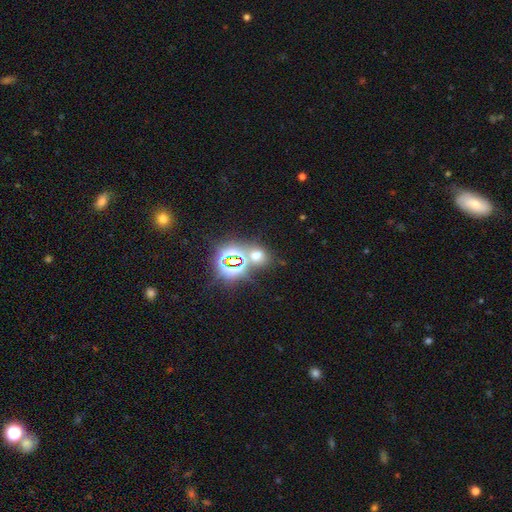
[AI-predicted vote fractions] star or artifact 51%, smooth 40%, featured or disk 9%.